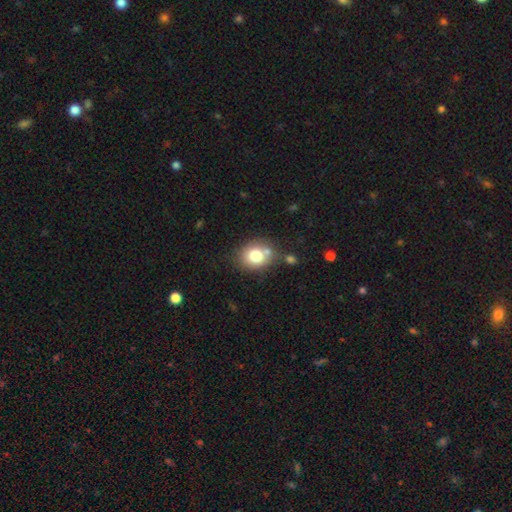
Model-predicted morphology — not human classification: type=smooth (76%); roundness=round (61%); merging=none (62%).